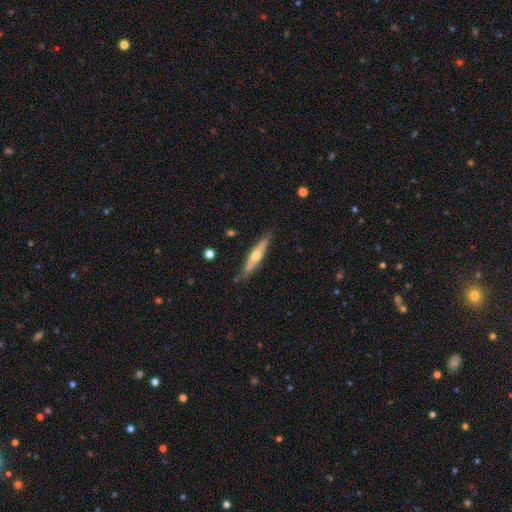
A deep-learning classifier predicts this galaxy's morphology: This is possibly a featured or disk galaxy (54%). It is clearly viewed edge-on (88%). Merging: clearly none (81%).